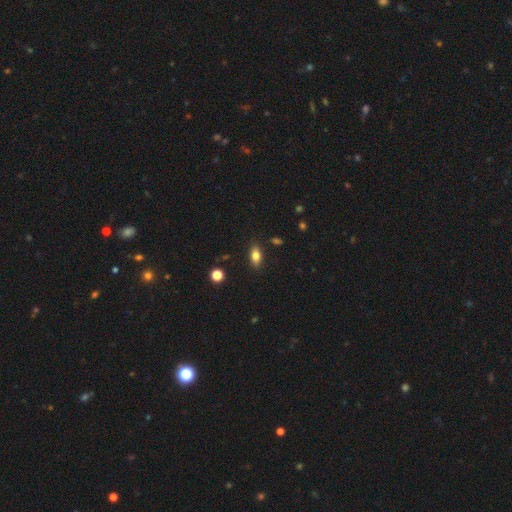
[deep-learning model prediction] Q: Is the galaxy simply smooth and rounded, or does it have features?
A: smooth — 79%.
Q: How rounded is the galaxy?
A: in between — 86%.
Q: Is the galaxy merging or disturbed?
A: none — 86%.